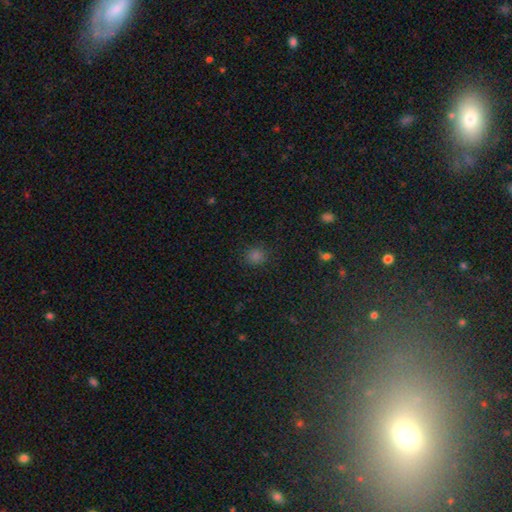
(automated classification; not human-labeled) This appears to be a smooth galaxy with no disk features (74%) that is round (89%). Merging: none (89%).